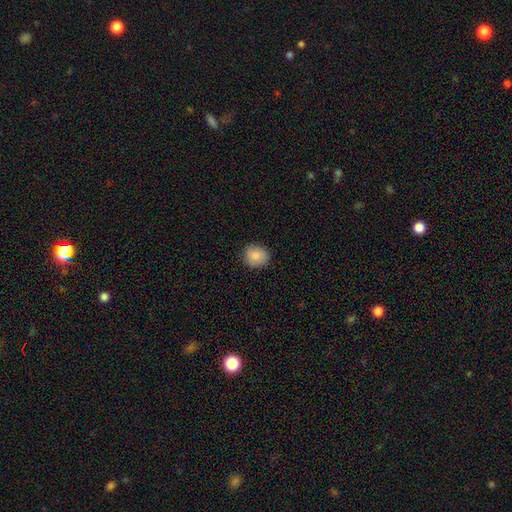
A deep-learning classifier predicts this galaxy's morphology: Q: Smooth or featured?
A: smooth (86%); runner-up: star or artifact (8%)
Q: How rounded?
A: round (81%); runner-up: in between (18%)
Q: Merging?
A: none (87%); runner-up: minor disturbance (10%)